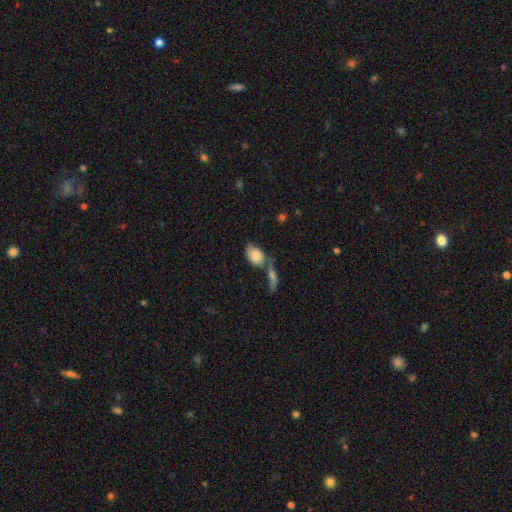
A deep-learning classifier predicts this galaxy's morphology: Smooth or featured?
  - smooth: 70% *
  - featured or disk: 23%
  - star or artifact: 8%
How rounded?
  - in between: 85% *
  - round: 12%
  - cigar-shaped: 3%
Merging?
  - merger: 42% *
  - none: 34%
  - minor disturbance: 16%
  - major disturbance: 9%